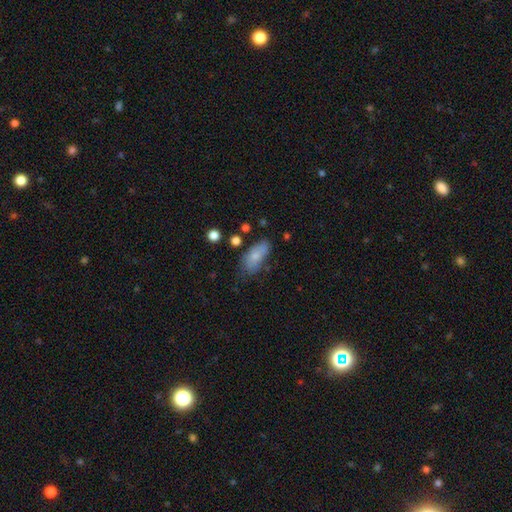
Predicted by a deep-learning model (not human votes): smooth-or-featured: smooth: 75% | featured or disk: 17% | star or artifact: 8%
  how-rounded: in between: 88% | cigar-shaped: 9% | round: 4%
  merging: none: 57% | minor disturbance: 29% | major disturbance: 9% | merger: 5%